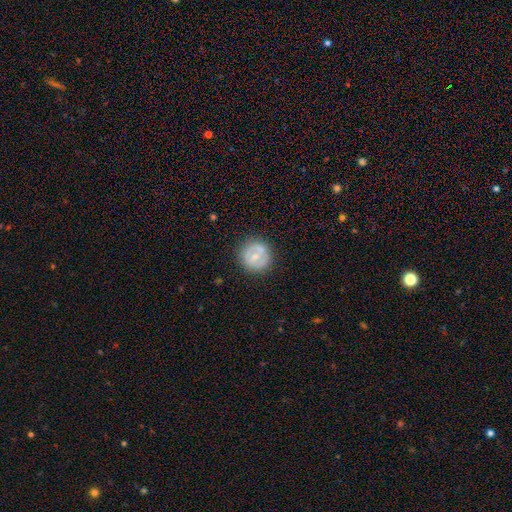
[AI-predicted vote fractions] smooth-or-featured: smooth: 52% | featured or disk: 40% | star or artifact: 8%
  how-rounded: round: 91% | in between: 8% | cigar-shaped: 1%
  merging: none: 81% | minor disturbance: 12% | major disturbance: 5% | merger: 2%